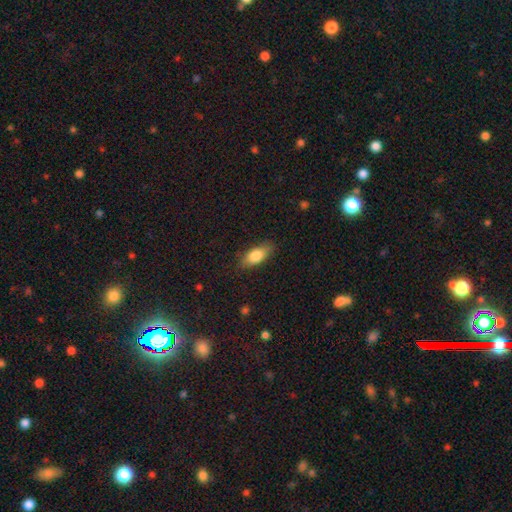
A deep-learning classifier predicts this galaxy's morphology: Overall: smooth (80%). How rounded: in between (80%). Merging: none (81%).